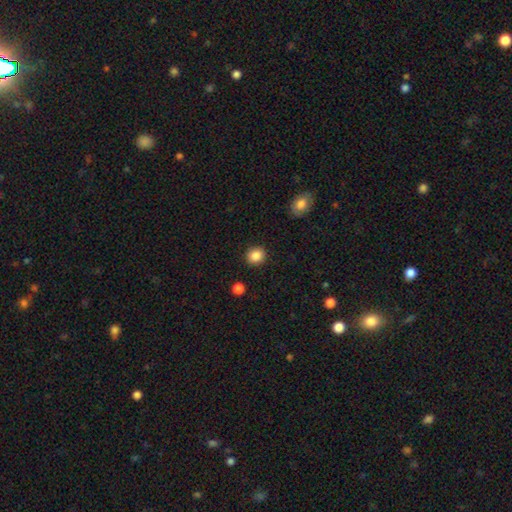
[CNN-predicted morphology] smooth 87%, star or artifact 10%, featured or disk 4%. Down the decision tree: how rounded — round (83%); merging — none (90%).